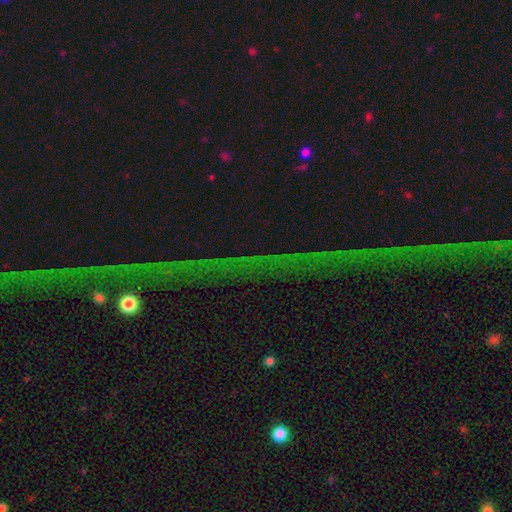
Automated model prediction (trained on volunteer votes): smooth_or_featured: star or artifact (p=0.75) [alt: featured or disk p=0.13]